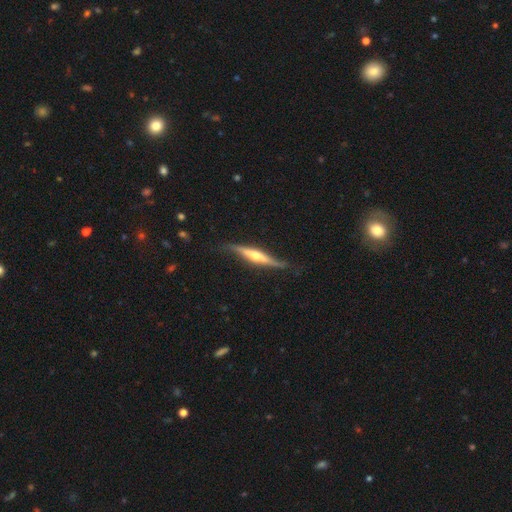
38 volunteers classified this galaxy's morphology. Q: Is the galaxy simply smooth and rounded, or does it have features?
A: featured or disk — 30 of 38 (79%).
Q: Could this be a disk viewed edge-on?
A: yes — 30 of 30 (100%).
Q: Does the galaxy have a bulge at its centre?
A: rounded — 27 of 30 (90%).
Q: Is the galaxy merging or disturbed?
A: none — 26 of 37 (70%).